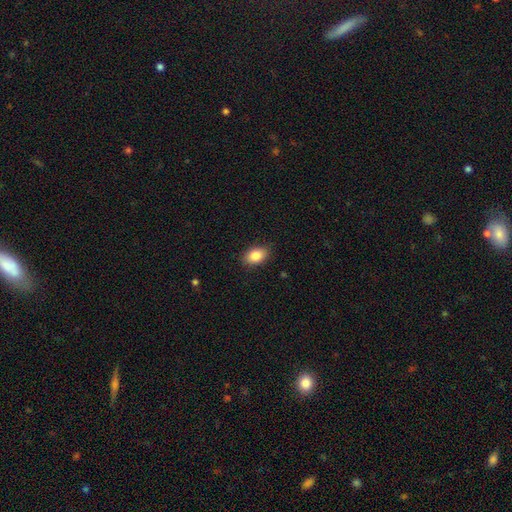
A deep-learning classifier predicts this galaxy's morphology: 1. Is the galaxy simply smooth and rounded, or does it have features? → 85% smooth, 8% star or artifact, 7% featured or disk.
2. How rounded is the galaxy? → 85% in between, 14% round, 1% cigar-shaped.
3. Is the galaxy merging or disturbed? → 88% none, 9% minor disturbance, 2% major disturbance, 1% merger.